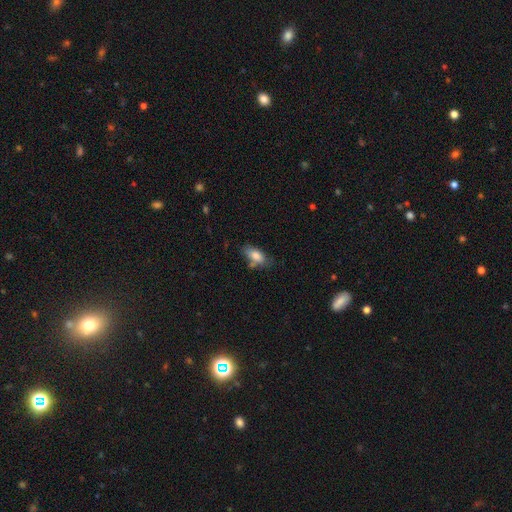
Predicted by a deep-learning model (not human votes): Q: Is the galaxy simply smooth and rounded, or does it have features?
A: smooth — 80%.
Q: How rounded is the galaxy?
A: in between — 84%.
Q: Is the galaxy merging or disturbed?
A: none — 60%.